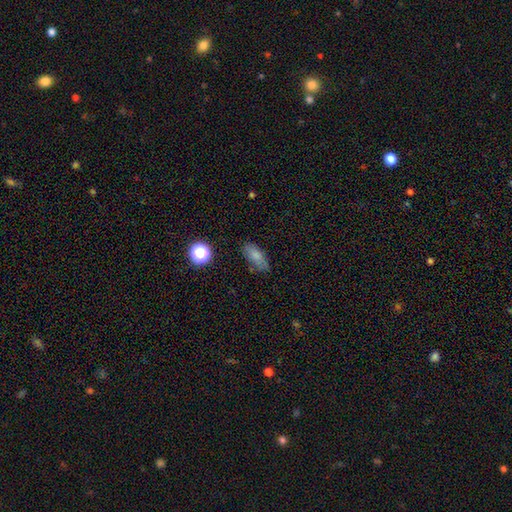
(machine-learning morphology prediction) A smooth galaxy with no disk features (78%) that is in between round and cigar-shaped (82%).

Vote fractions:
- Smooth or featured? smooth: 78% / featured or disk: 11% / star or artifact: 11%
- How rounded? in between: 82% / cigar-shaped: 12% / round: 6%
- Merging? none: 72% / minor disturbance: 20% / major disturbance: 5% / merger: 3%